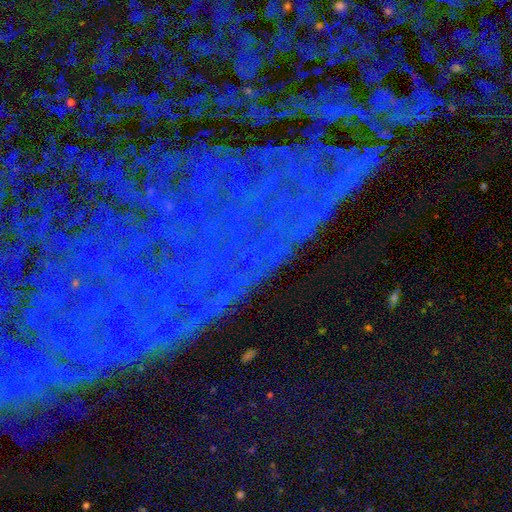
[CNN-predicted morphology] A star or artifact, not a galaxy (83%).